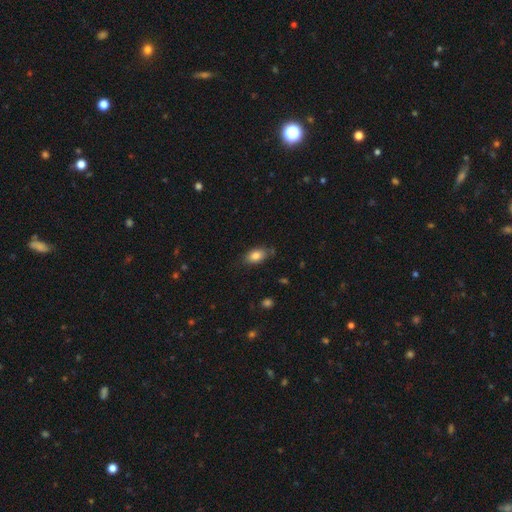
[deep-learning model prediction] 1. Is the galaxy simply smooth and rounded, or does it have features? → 84% smooth, 8% featured or disk, 8% star or artifact.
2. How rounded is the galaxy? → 89% in between, 8% round, 3% cigar-shaped.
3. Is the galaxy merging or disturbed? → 76% none, 18% minor disturbance, 4% major disturbance, 2% merger.